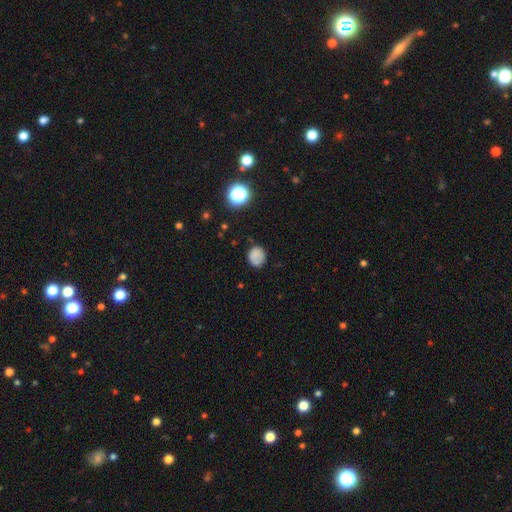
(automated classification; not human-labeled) Smooth or featured? smooth (78%)
How rounded? round (81%)
Merging? none (79%)